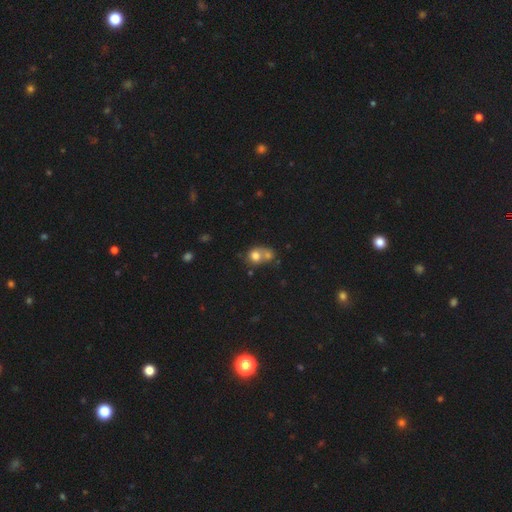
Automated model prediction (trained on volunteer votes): smooth-or-featured: smooth: 75% | featured or disk: 14% | star or artifact: 11%
  how-rounded: round: 72% | in between: 27% | cigar-shaped: 1%
  merging: merger: 59% | none: 29% | minor disturbance: 8% | major disturbance: 5%